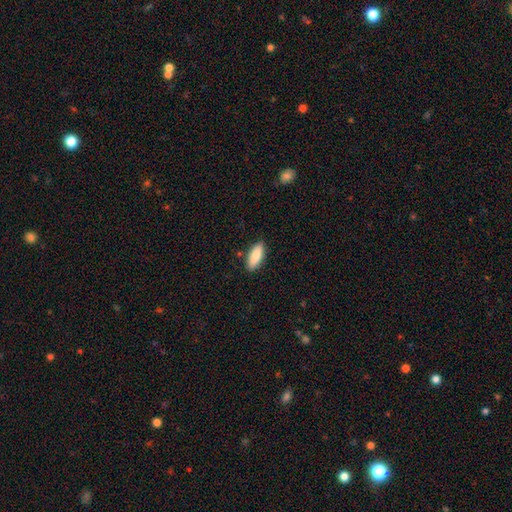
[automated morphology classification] Smooth or featured? smooth (86%)
How rounded? in between (71%)
Merging? none (87%)